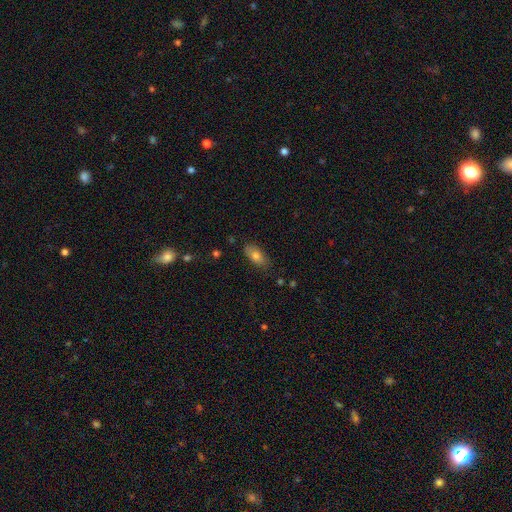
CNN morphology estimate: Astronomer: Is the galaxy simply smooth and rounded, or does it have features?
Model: smooth — 76%.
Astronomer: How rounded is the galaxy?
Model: in between — 86%.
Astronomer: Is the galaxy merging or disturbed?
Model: none — 81%.